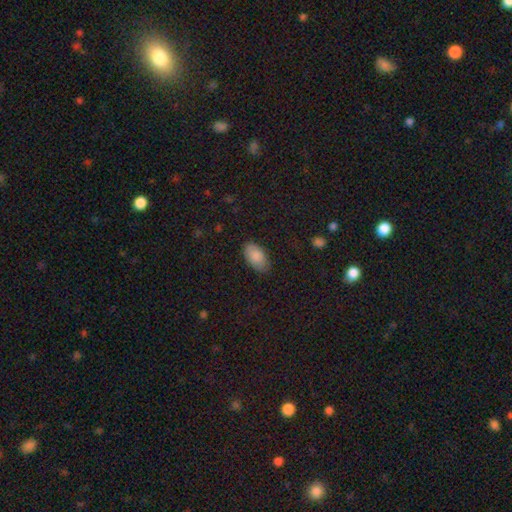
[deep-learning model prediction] This is clearly a smooth galaxy (86%). How rounded: clearly in between (95%). Merging: clearly none (84%).